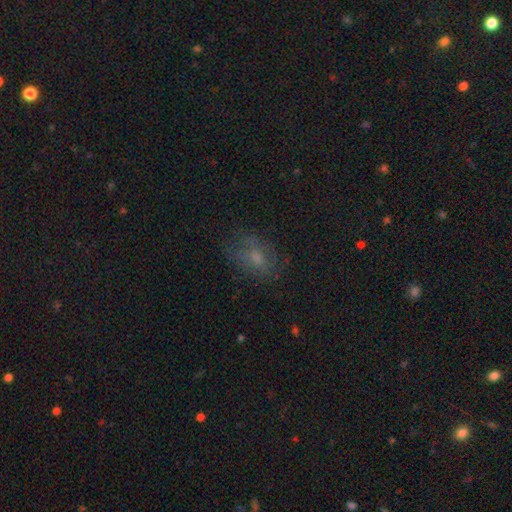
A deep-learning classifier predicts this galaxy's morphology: A smooth galaxy with no disk features (53%) that is in between round and cigar-shaped (77%).

Vote fractions:
- Smooth or featured? smooth: 53% / featured or disk: 30% / star or artifact: 16%
- How rounded? in between: 77% / round: 20% / cigar-shaped: 3%
- Merging? none: 63% / minor disturbance: 21% / major disturbance: 14% / merger: 2%